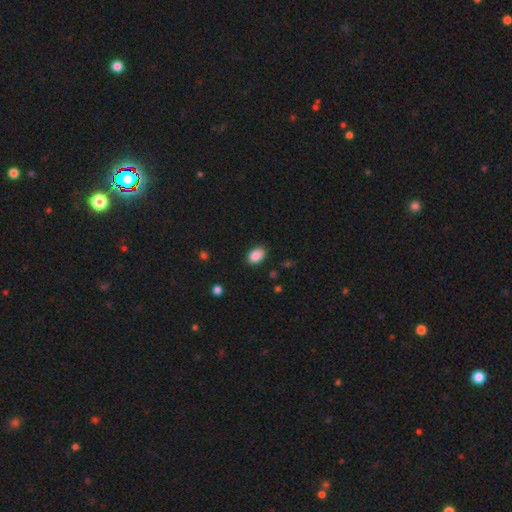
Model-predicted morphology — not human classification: This appears to be a smooth galaxy with no disk features (88%) that is in between round and cigar-shaped (85%). Merging: none (86%).